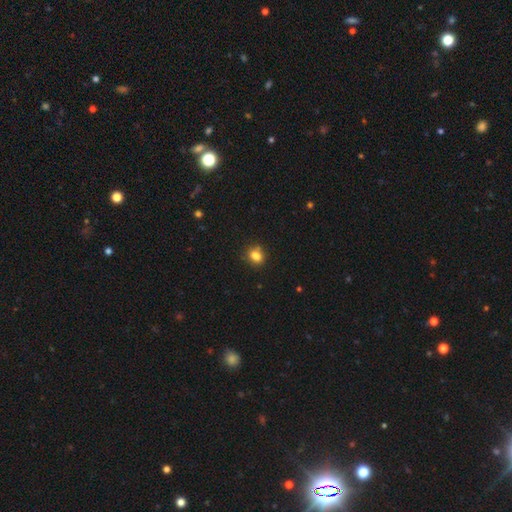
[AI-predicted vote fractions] A smooth galaxy with no disk features (82%) that is round (53%).

Vote fractions:
- Smooth or featured? smooth: 82% / star or artifact: 11% / featured or disk: 6%
- How rounded? round: 53% / in between: 46% / cigar-shaped: 1%
- Merging? none: 75% / minor disturbance: 15% / merger: 7% / major disturbance: 3%